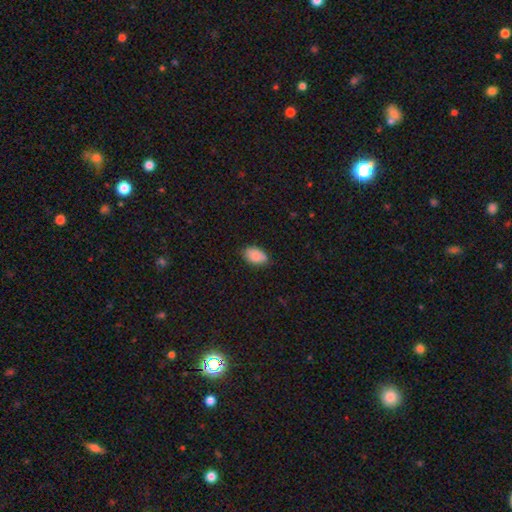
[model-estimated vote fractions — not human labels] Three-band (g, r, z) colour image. It shows a smooth galaxy with no disk features (87%) that is in between round and cigar-shaped (92%). Merging: none (81%).